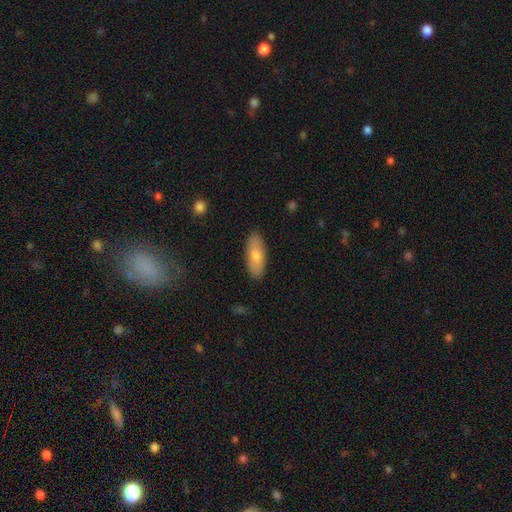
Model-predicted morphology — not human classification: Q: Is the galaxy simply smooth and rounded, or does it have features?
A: smooth — 71%.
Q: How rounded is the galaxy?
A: in between — 74%.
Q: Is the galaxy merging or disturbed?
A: none — 88%.